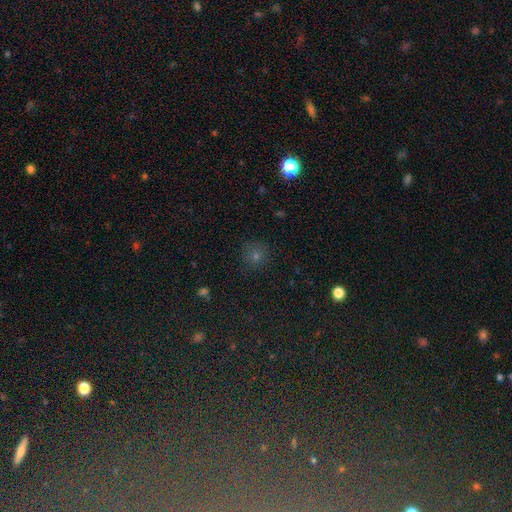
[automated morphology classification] smooth_or_featured: smooth (p=0.61) [alt: star or artifact p=0.30]
how_rounded: round (p=0.94) [alt: in between p=0.05]
merging: none (p=0.85) [alt: minor disturbance p=0.10]